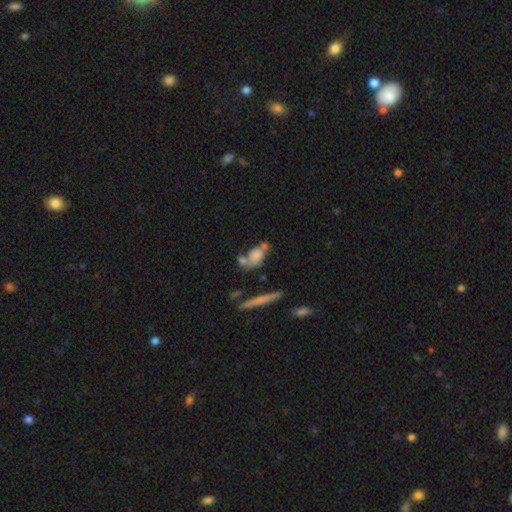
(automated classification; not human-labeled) Smooth or featured?
  - smooth: 60% *
  - featured or disk: 29%
  - star or artifact: 11%
How rounded?
  - in between: 67% *
  - round: 21%
  - cigar-shaped: 12%
Merging?
  - merger: 36% *
  - none: 35%
  - minor disturbance: 17%
  - major disturbance: 13%